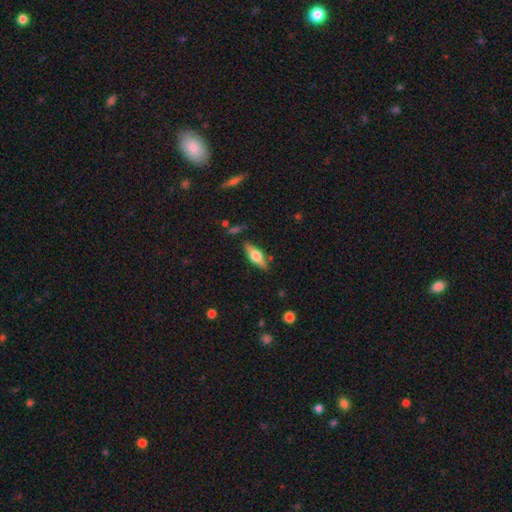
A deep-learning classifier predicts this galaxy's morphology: Smooth or featured? featured or disk (60%)
Edge-on disk? yes (93%)
Edge-on bulge? rounded (93%)
Merging? none (83%)